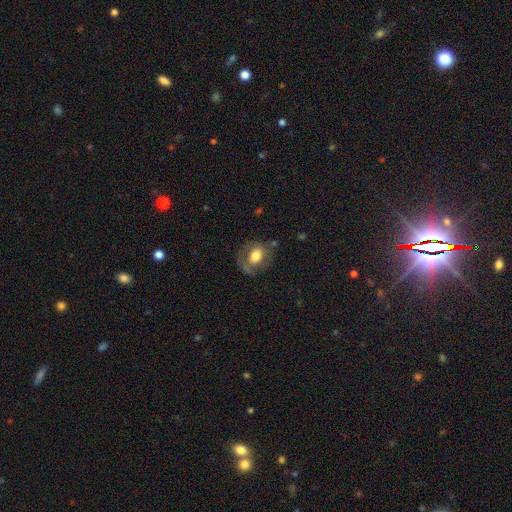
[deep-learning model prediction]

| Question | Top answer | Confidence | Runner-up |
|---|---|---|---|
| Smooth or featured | smooth | 57% | featured or disk (35%) |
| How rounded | in between | 52% | round (47%) |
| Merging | none | 56% | minor disturbance (23%) |